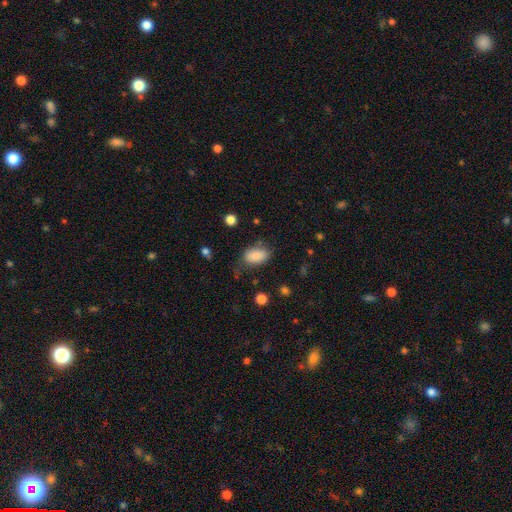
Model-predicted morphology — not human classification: This appears to be a smooth galaxy with no disk features (84%) that is in between round and cigar-shaped (91%). Merging: none (63%).